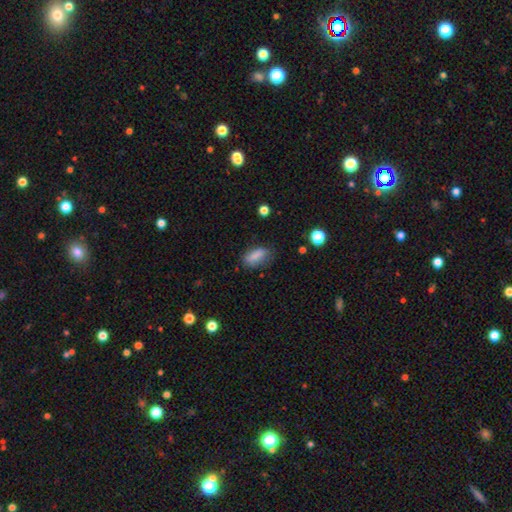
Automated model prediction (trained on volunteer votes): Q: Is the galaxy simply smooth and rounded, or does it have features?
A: smooth — 82%.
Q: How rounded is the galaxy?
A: in between — 80%.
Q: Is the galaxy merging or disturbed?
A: none — 67%.